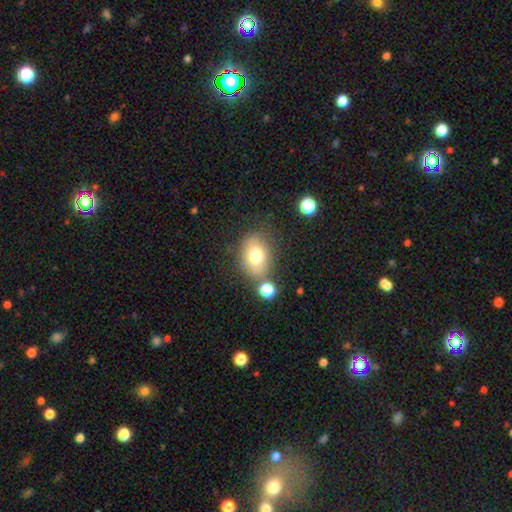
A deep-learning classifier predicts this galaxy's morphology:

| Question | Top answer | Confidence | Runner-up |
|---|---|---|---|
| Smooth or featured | smooth | 74% | featured or disk (15%) |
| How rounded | in between | 63% | round (36%) |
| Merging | none | 67% | minor disturbance (16%) |